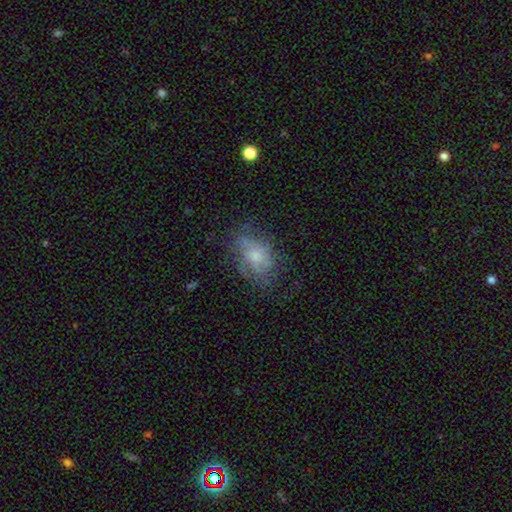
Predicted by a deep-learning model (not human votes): This appears to be a smooth galaxy with no disk features (48%). Merging: none (53%).